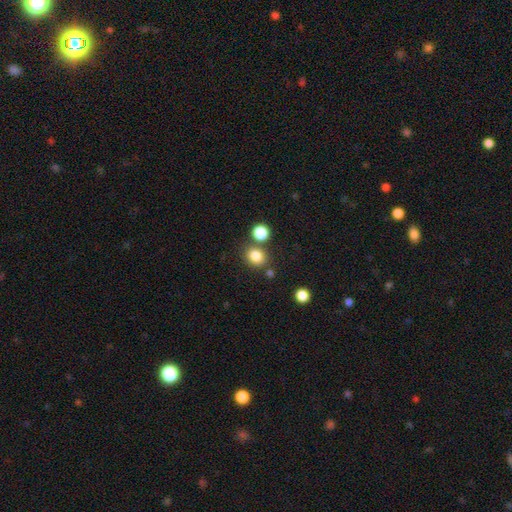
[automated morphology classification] type=smooth (82%); roundness=round (72%); merging=none (73%).